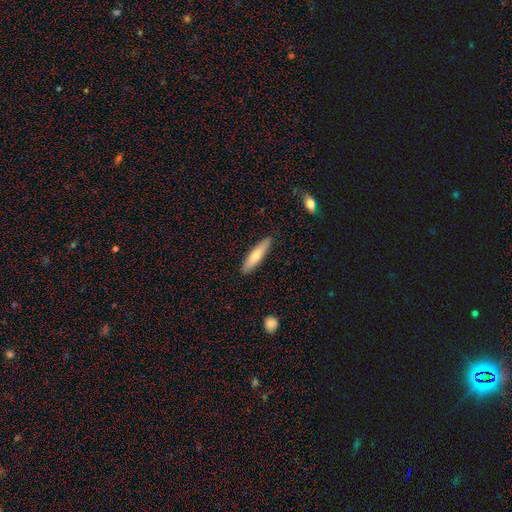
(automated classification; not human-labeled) Smooth or featured?
  - smooth: 67% *
  - featured or disk: 27%
  - star or artifact: 5%
How rounded?
  - cigar-shaped: 80% *
  - in between: 19%
  - round: 1%
Merging?
  - none: 89% *
  - minor disturbance: 8%
  - major disturbance: 2%
  - merger: 1%